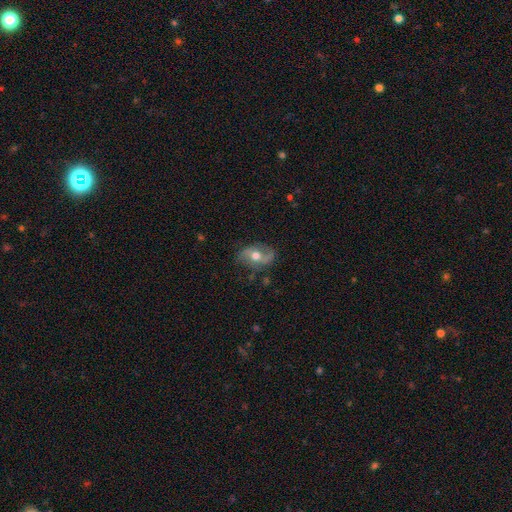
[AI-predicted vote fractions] The model was most divided on "bar": no: 53%, weak: 32%, strong: 15%. More confident: edge-on disk — no (94%); spiral arm count — 2 (87%); spiral arms — yes (85%); bulge size — moderate (77%); merging — none (74%); smooth or featured — featured or disk (69%); spiral winding — loose (62%).